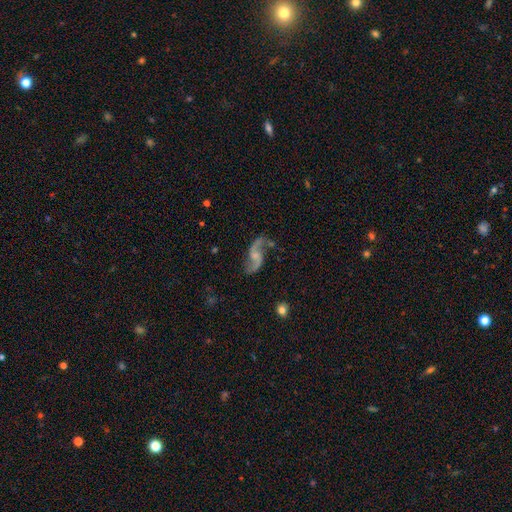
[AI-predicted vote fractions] Smooth or featured?
  - featured or disk: 90% *
  - smooth: 5%
  - star or artifact: 5%
Edge-on disk?
  - no: 97% *
  - yes: 3%
Bar?
  - no: 54% *
  - weak: 38%
  - strong: 8%
Spiral arms?
  - yes: 97% *
  - no: 3%
Spiral winding?
  - loose: 84% *
  - medium: 13%
  - tight: 3%
Spiral arm count?
  - 2: 94% *
  - 1: 2%
  - can't tell: 1%
  - 3: 1%
  - 4: 1%
  - more than 4: 1%
Bulge size?
  - small: 42% *
  - none: 32%
  - moderate: 22%
  - large: 3%
  - dominant: 1%
Merging?
  - none: 73% *
  - minor disturbance: 15%
  - major disturbance: 8%
  - merger: 3%